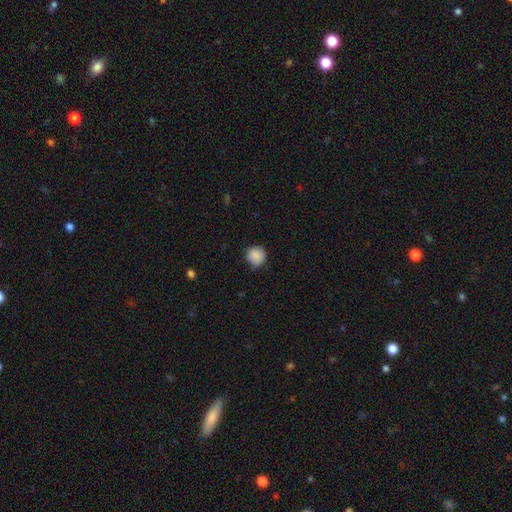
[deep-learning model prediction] The model was most divided on "merging": none: 79%, minor disturbance: 17%, major disturbance: 3%, merger: 1%. More confident: how rounded — round (90%); smooth or featured — smooth (88%).